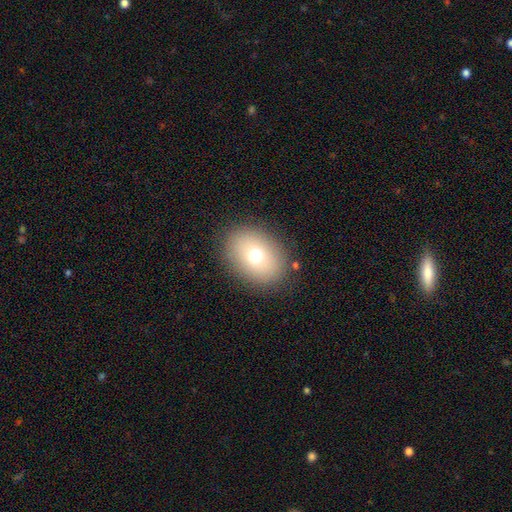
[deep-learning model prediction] Overall: smooth (71%). How rounded: in between (67%; round 32%). Merging: none (86%).